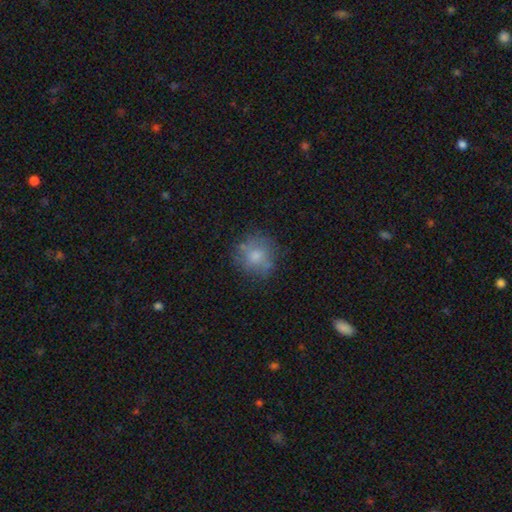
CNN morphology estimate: smooth-or-featured: smooth: 66% | featured or disk: 23% | star or artifact: 11%
  how-rounded: round: 84% | in between: 15% | cigar-shaped: 1%
  merging: none: 69% | minor disturbance: 19% | major disturbance: 9% | merger: 3%